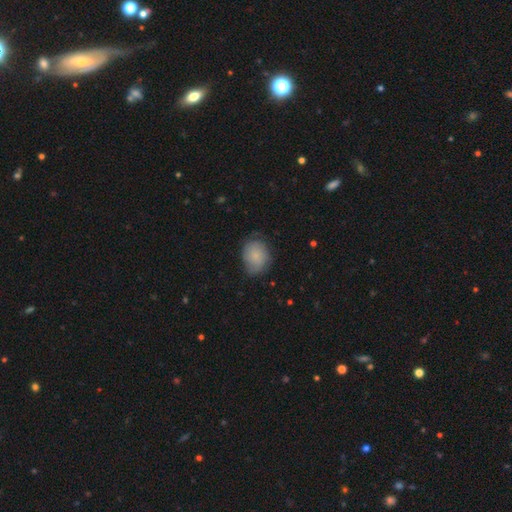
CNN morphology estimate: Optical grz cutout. It shows a smooth galaxy with no disk features (76%) that is in between round and cigar-shaped (51%). Merging: none (63%).